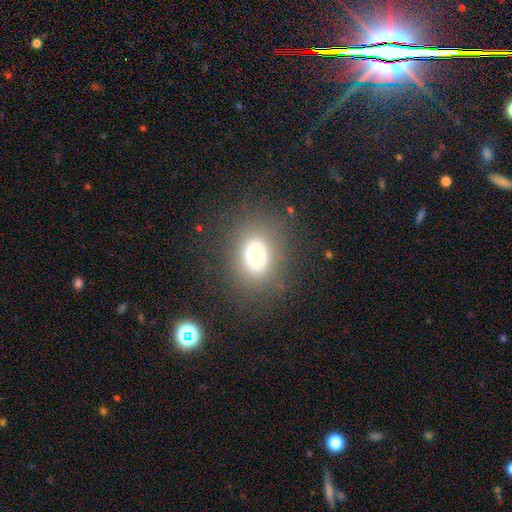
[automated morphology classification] smooth-or-featured: smooth: 64% | featured or disk: 23% | star or artifact: 13%
  how-rounded: in between: 57% | round: 42% | cigar-shaped: 1%
  merging: none: 80% | minor disturbance: 11% | major disturbance: 7% | merger: 2%